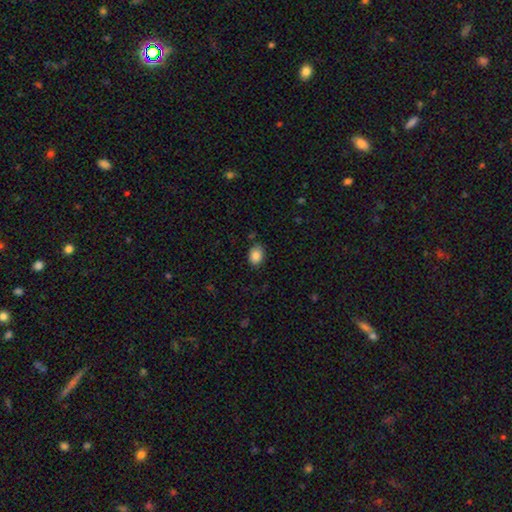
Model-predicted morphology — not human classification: Q: Smooth or featured?
A: smooth (87%); runner-up: star or artifact (9%)
Q: How rounded?
A: in between (65%); runner-up: round (34%)
Q: Merging?
A: none (80%); runner-up: minor disturbance (15%)